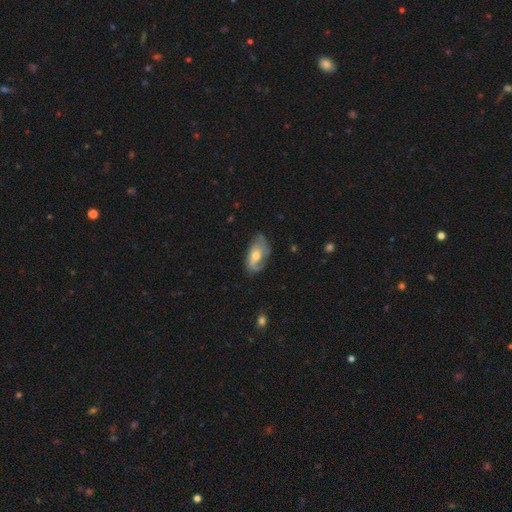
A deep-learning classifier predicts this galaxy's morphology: Smooth or featured: featured or disk — 55% (smooth — 39%)
Edge-on disk: no — 92% (yes — 8%)
Bar: no — 69% (weak — 25%)
Spiral arms: yes — 76% (no — 24%)
Bulge size: moderate — 67% (small — 21%)
Merging: none — 56% (minor disturbance — 30%)